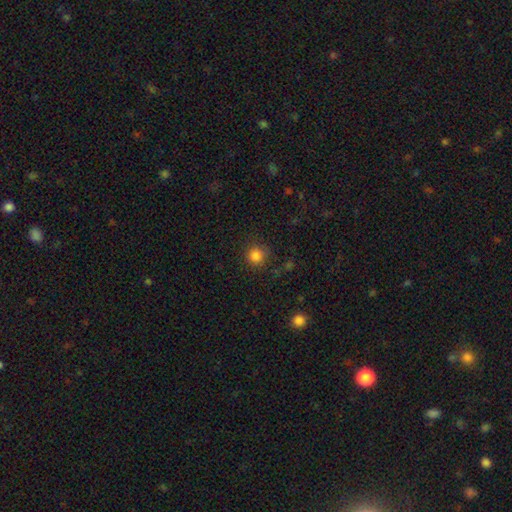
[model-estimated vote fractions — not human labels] Smooth or featured?
  - smooth: 83% *
  - star or artifact: 13%
  - featured or disk: 4%
How rounded?
  - round: 93% *
  - in between: 6%
  - cigar-shaped: 1%
Merging?
  - none: 84% *
  - minor disturbance: 10%
  - major disturbance: 4%
  - merger: 2%